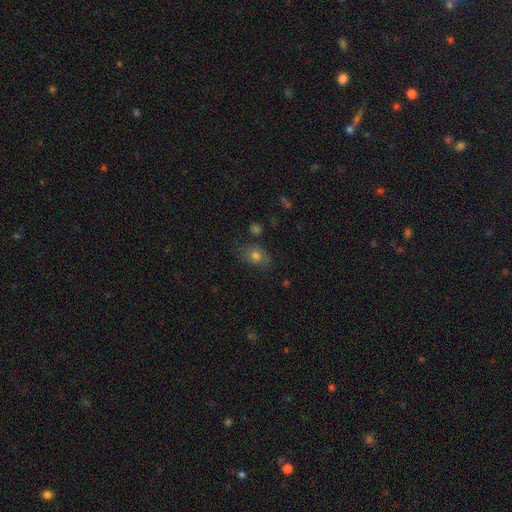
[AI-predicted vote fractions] The model was most divided on "how rounded": in between: 61%, round: 37%, cigar-shaped: 2%. More confident: merging — none (72%); smooth or featured — smooth (71%).